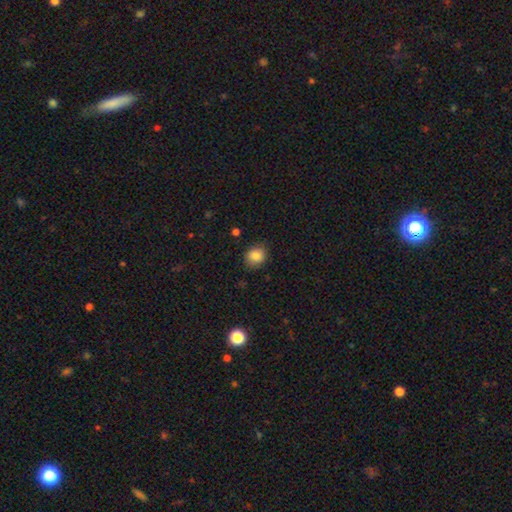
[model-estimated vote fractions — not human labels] smooth_or_featured: smooth (p=0.84) [alt: star or artifact p=0.10]
how_rounded: round (p=0.71) [alt: in between p=0.28]
merging: none (p=0.84) [alt: minor disturbance p=0.12]